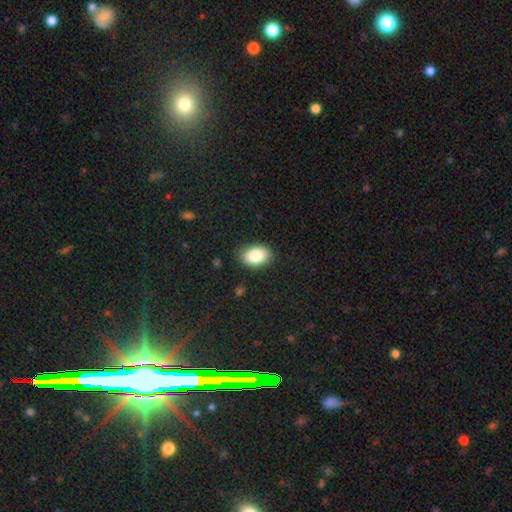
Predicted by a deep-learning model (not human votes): This is clearly a smooth galaxy (85%). How rounded: clearly in between (87%). Merging: clearly none (86%).